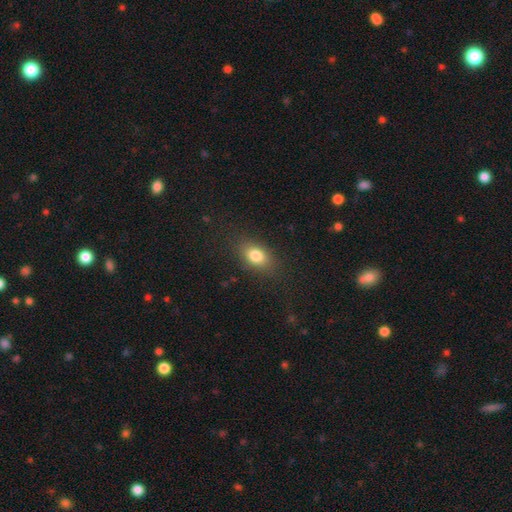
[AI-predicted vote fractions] Smooth or featured?
  - smooth: 81% *
  - featured or disk: 9%
  - star or artifact: 9%
How rounded?
  - in between: 80% *
  - round: 17%
  - cigar-shaped: 3%
Merging?
  - none: 83% *
  - minor disturbance: 12%
  - major disturbance: 4%
  - merger: 1%